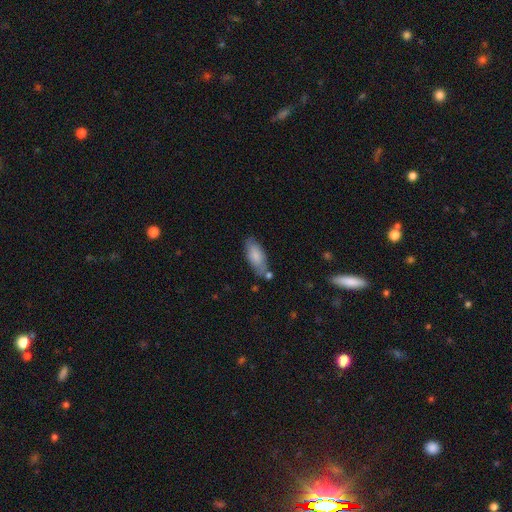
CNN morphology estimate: smooth_or_featured: smooth (p=0.79) [alt: featured or disk p=0.15]
how_rounded: in between (p=0.80) [alt: cigar-shaped p=0.18]
merging: none (p=0.68) [alt: minor disturbance p=0.20]